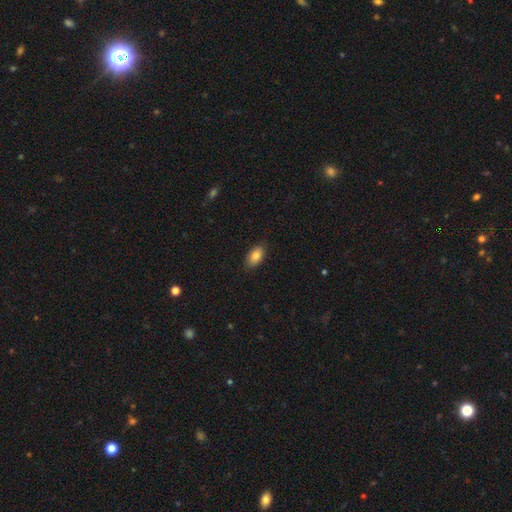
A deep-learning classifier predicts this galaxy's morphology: Smooth or featured?
  - smooth: 84% *
  - featured or disk: 8%
  - star or artifact: 8%
How rounded?
  - in between: 92% *
  - round: 6%
  - cigar-shaped: 2%
Merging?
  - none: 85% *
  - minor disturbance: 12%
  - major disturbance: 2%
  - merger: 1%